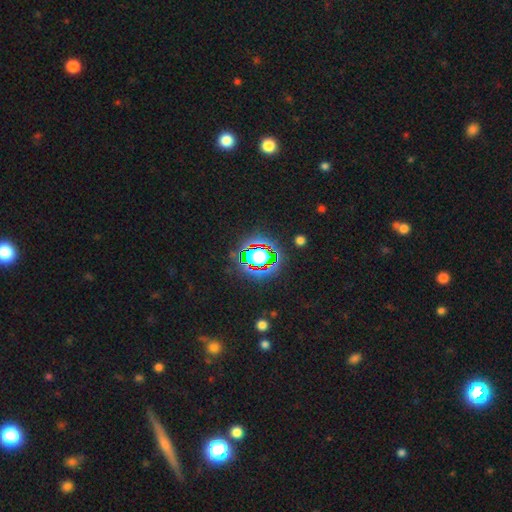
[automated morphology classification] smooth_or_featured: star or artifact (p=0.66) [alt: smooth p=0.21]